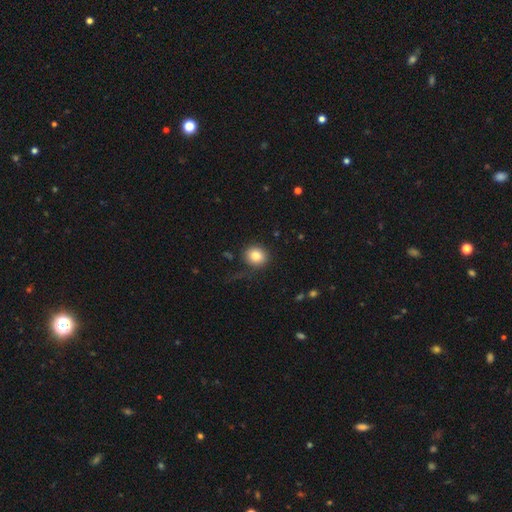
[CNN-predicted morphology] Smooth or featured?
  - smooth: 82% *
  - star or artifact: 10%
  - featured or disk: 8%
How rounded?
  - round: 78% *
  - in between: 21%
  - cigar-shaped: 1%
Merging?
  - none: 83% *
  - minor disturbance: 11%
  - major disturbance: 5%
  - merger: 2%